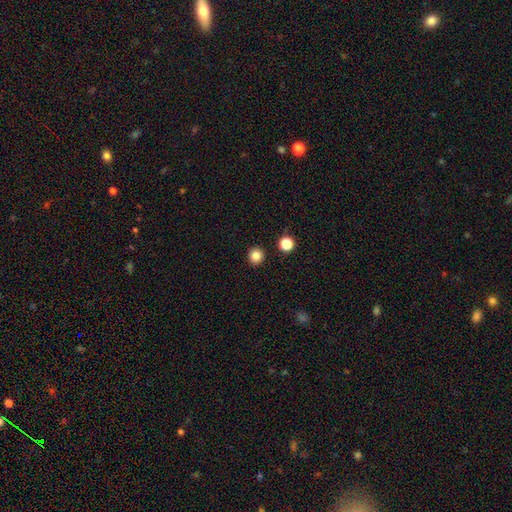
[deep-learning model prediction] Overall: smooth (84%). How rounded: round (95%). Merging: none (92%).